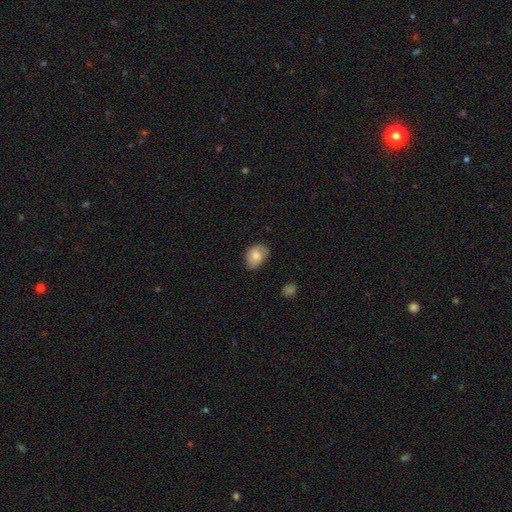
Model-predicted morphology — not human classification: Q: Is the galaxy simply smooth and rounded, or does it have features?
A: smooth — 77%.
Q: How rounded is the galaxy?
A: in between — 78%.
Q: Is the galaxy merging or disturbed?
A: none — 65%.